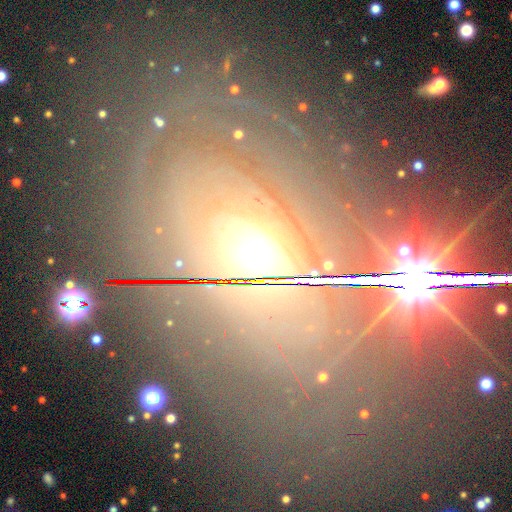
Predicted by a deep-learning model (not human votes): The model was most divided on "spiral arms": yes: 61%, no: 39%. More confident: edge-on disk — no (89%); bar — no (78%); merging — none (67%); smooth or featured — featured or disk (62%); bulge size — moderate (58%).